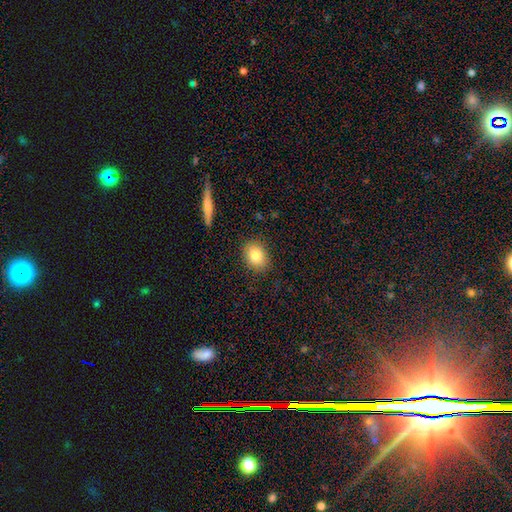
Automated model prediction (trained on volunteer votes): smooth 82%, featured or disk 10%, star or artifact 9%. Down the decision tree: how rounded — in between (58%); merging — none (86%).